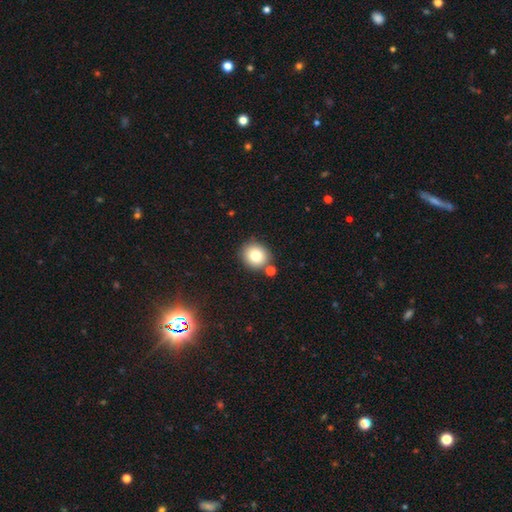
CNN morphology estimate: Smooth or featured? Predicted: smooth (p=0.79). How rounded? Predicted: round (p=0.82). Merging? Predicted: none (p=0.79).